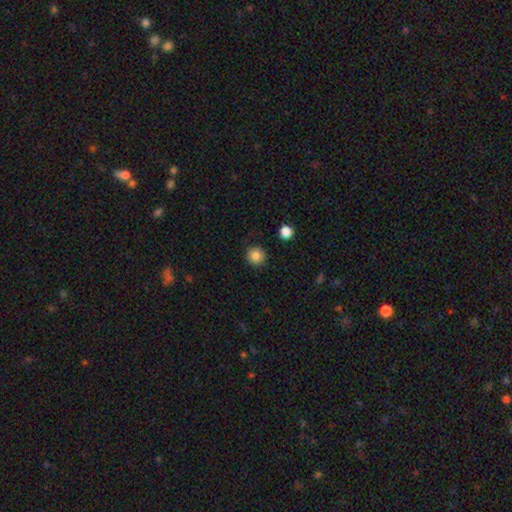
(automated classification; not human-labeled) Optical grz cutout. It shows a smooth galaxy with no disk features (85%) that is round (94%). Merging: none (90%).